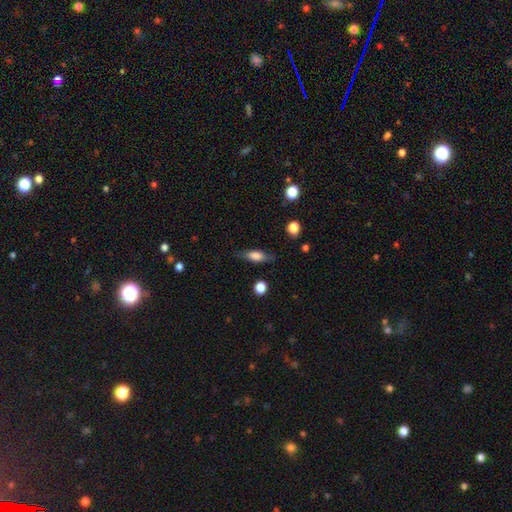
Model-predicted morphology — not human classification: Smooth or featured: smooth — 67% (featured or disk — 25%)
How rounded: in between — 58% (cigar-shaped — 37%)
Merging: none — 78% (minor disturbance — 16%)